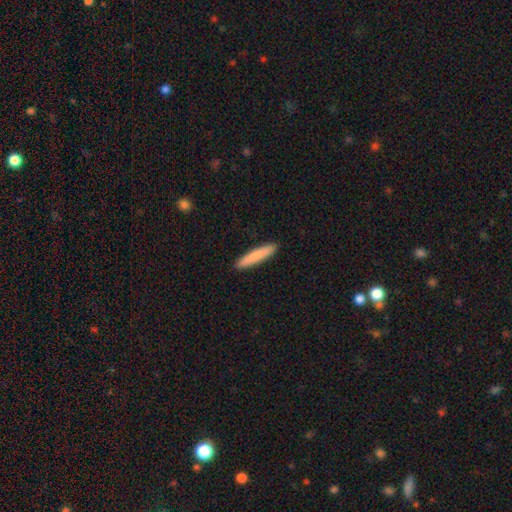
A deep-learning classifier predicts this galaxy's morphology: Q: Smooth or featured?
A: smooth (80%); runner-up: featured or disk (15%)
Q: How rounded?
A: cigar-shaped (91%); runner-up: in between (7%)
Q: Merging?
A: none (92%); runner-up: minor disturbance (6%)